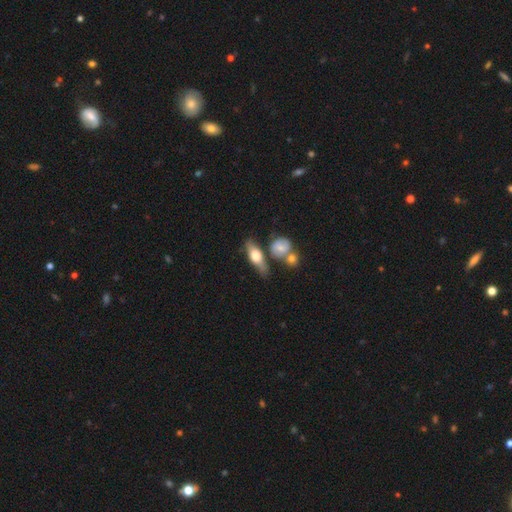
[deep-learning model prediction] The model was most divided on "smooth or featured": smooth: 48%, featured or disk: 46%, star or artifact: 7%. More confident: merging — none (55%).